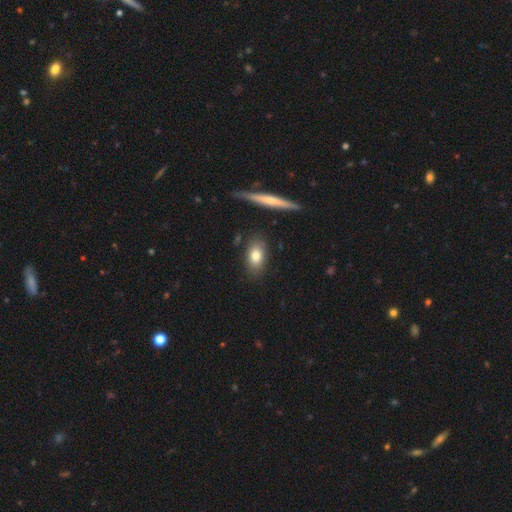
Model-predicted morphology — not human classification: Smooth or featured: smooth — 78% (featured or disk — 14%)
How rounded: in between — 82% (round — 11%)
Merging: none — 81% (minor disturbance — 13%)